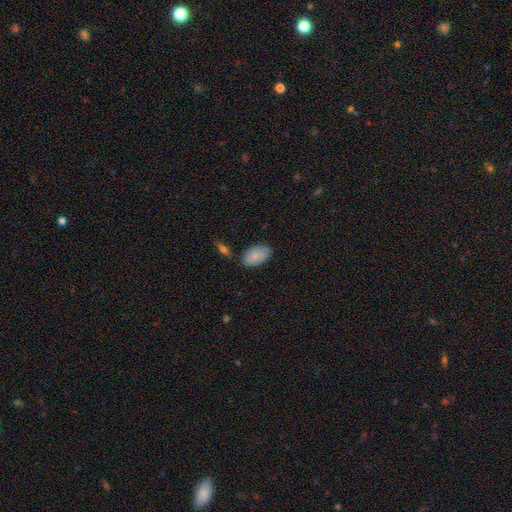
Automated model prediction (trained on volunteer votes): Morphology: type=smooth (85%); roundness=in between (94%); merging=none (77%).